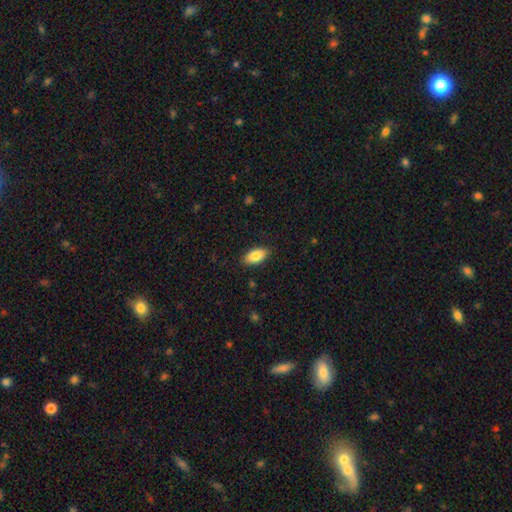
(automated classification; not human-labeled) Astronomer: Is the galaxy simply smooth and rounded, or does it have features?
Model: smooth — 85%.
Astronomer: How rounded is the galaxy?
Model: in between — 92%.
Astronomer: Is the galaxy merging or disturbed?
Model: none — 87%.